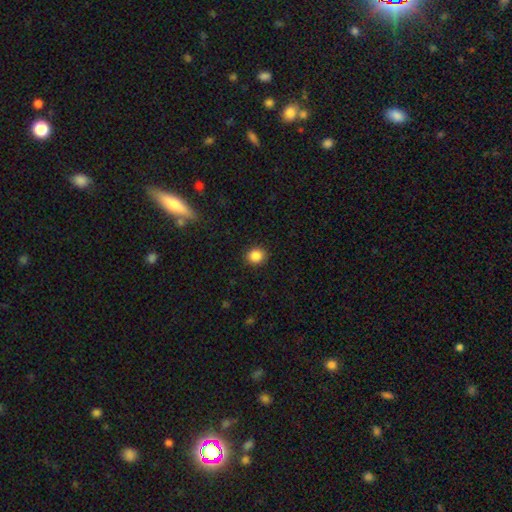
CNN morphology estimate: A smooth galaxy with no disk features (87%) that is round (79%). Merging: none (91%).